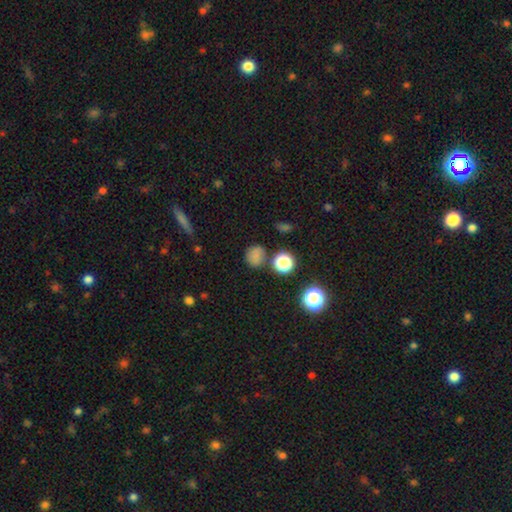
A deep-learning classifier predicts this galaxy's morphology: smooth-or-featured: smooth: 74% | star or artifact: 19% | featured or disk: 6%
  how-rounded: round: 76% | in between: 22% | cigar-shaped: 1%
  merging: none: 75% | minor disturbance: 13% | merger: 7% | major disturbance: 4%